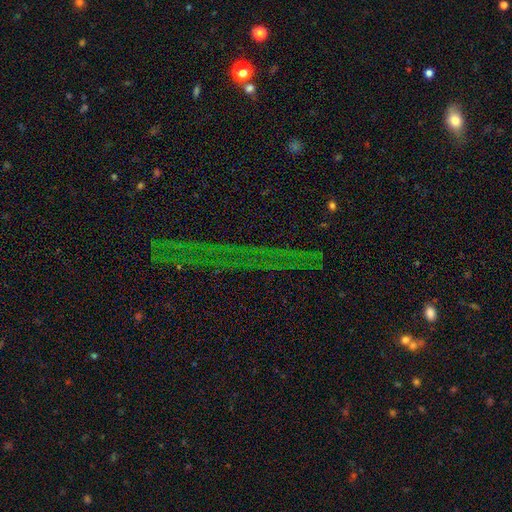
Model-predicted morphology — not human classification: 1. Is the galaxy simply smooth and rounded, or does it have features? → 77% star or artifact, 12% smooth, 11% featured or disk.